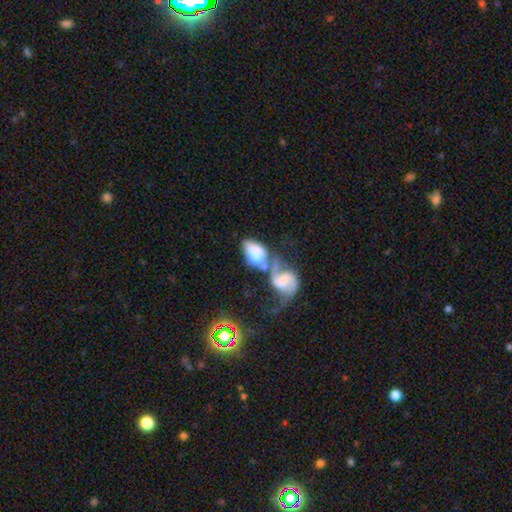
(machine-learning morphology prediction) smooth_or_featured: smooth (p=0.52) [alt: featured or disk p=0.40]
how_rounded: in between (p=0.86) [alt: round p=0.11]
merging: merger (p=0.66) [alt: major disturbance p=0.13]